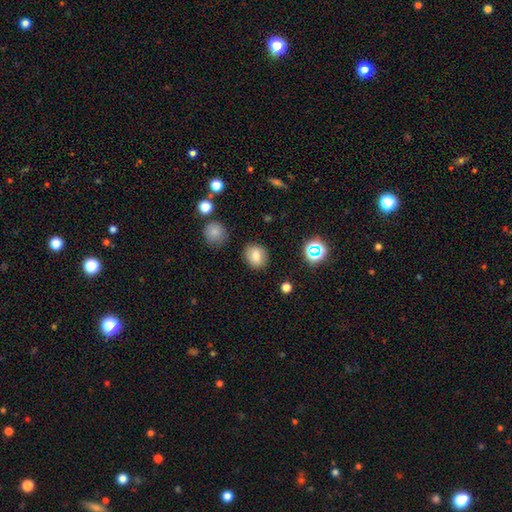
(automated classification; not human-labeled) smooth-or-featured: smooth: 80% | star or artifact: 12% | featured or disk: 9%
  how-rounded: round: 66% | in between: 33% | cigar-shaped: 1%
  merging: none: 85% | minor disturbance: 9% | major disturbance: 3% | merger: 2%